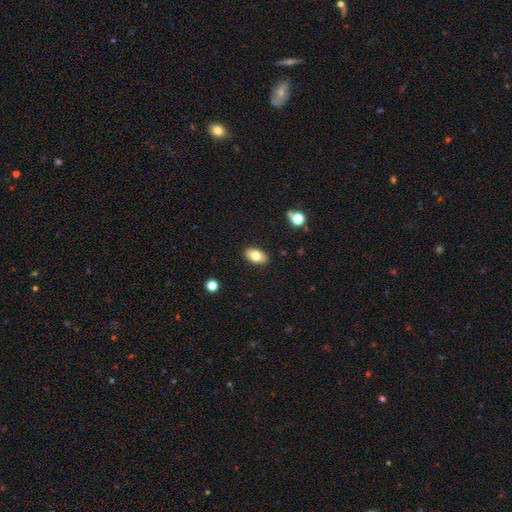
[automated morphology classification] This appears to be a smooth galaxy with no disk features (78%) that is in between round and cigar-shaped (91%). Merging: none (89%).